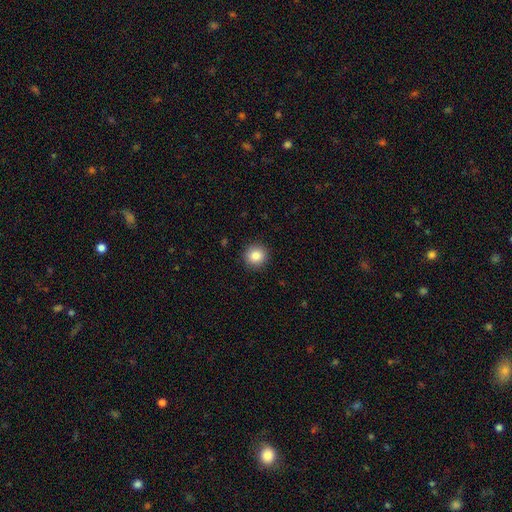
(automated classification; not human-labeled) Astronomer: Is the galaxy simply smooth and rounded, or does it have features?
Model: smooth — 85%.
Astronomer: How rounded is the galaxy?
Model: round — 93%.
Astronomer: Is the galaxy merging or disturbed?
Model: none — 92%.